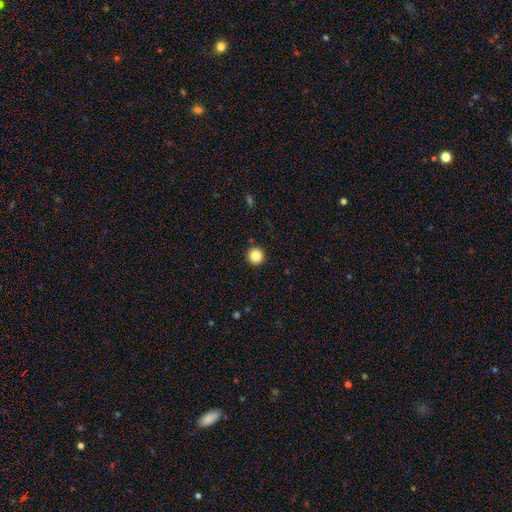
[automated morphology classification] type=smooth (85%); roundness=round (96%); merging=none (93%).